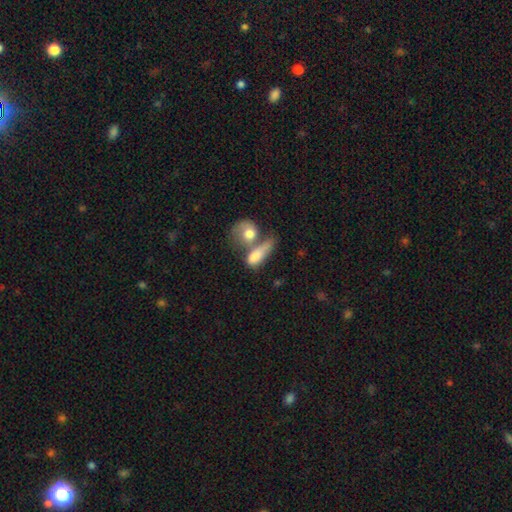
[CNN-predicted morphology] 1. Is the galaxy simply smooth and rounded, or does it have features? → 71% smooth, 22% featured or disk, 7% star or artifact.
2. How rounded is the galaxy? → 67% in between, 17% round, 16% cigar-shaped.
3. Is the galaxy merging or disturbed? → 59% merger, 19% none, 13% major disturbance, 10% minor disturbance.